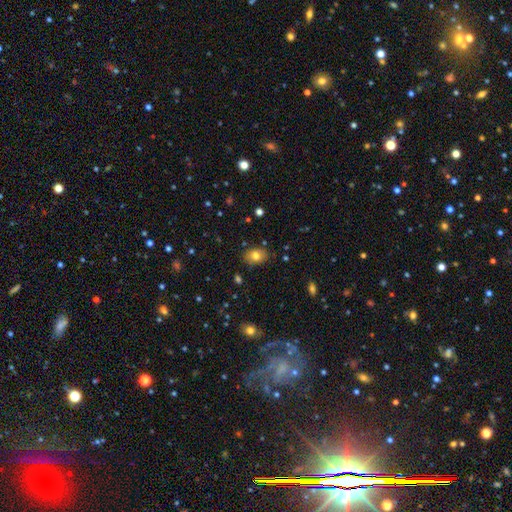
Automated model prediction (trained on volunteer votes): The model was most divided on "how rounded": in between: 73%, round: 26%, cigar-shaped: 1%. More confident: merging — none (83%); smooth or featured — smooth (77%).